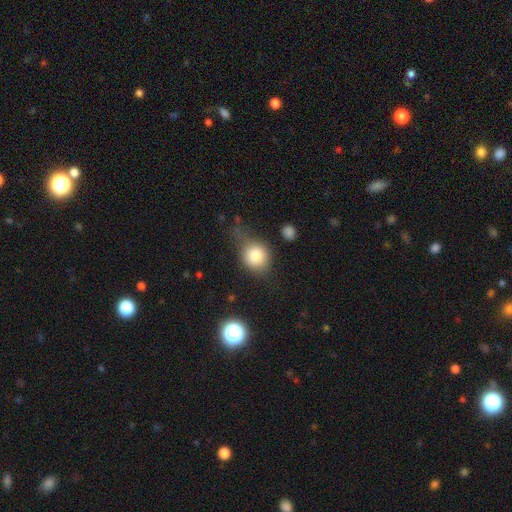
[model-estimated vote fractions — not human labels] Morphology: type=smooth (78%); roundness=round (75%); merging=none (47%).